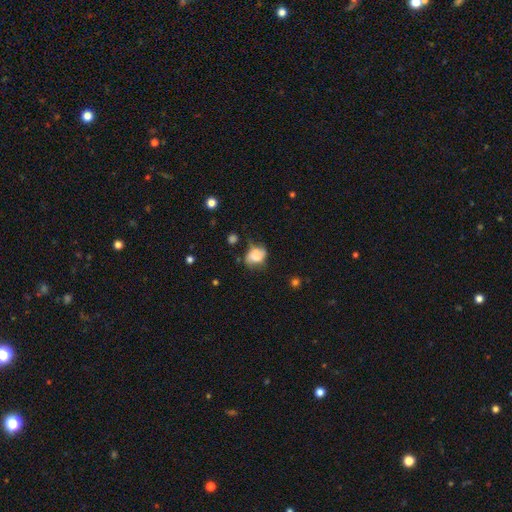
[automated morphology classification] Q: Smooth or featured?
A: smooth (71%); runner-up: featured or disk (18%)
Q: How rounded?
A: in between (65%); runner-up: round (33%)
Q: Merging?
A: none (39%); runner-up: minor disturbance (34%)